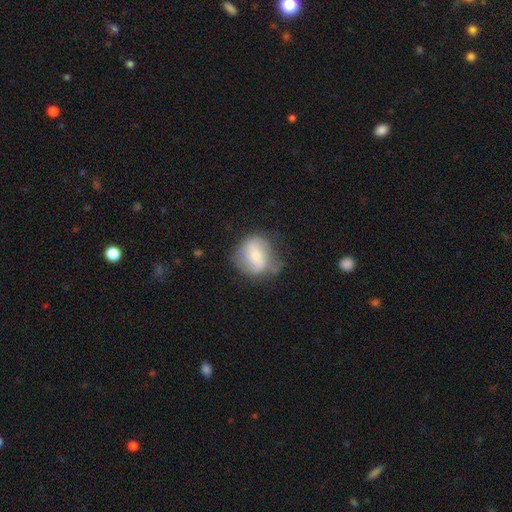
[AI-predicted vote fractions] This is possibly a featured or disk galaxy (51%). It is clearly not viewed edge-on (96%). Merging: possibly none (56%).